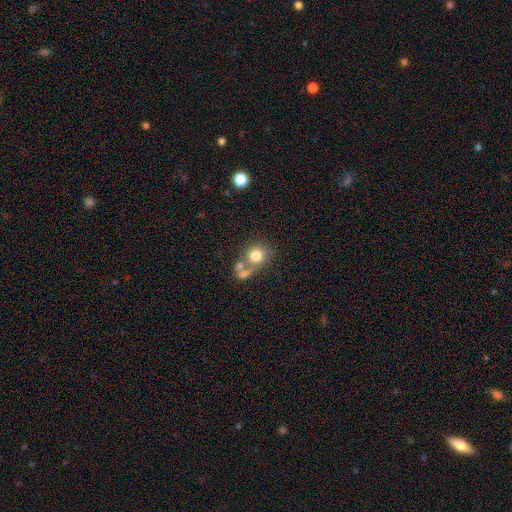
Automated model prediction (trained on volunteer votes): smooth 74%, featured or disk 16%, star or artifact 10%. Down the decision tree: how rounded — round (76%); merging — merger (44%).